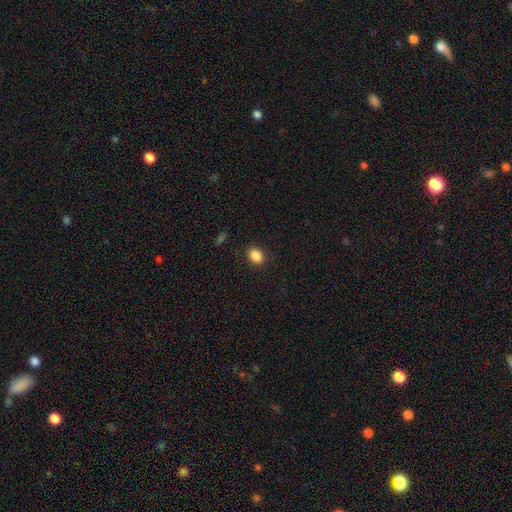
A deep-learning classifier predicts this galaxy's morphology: smooth 87%, star or artifact 9%, featured or disk 4%. Down the decision tree: how rounded — in between (61%); merging — none (88%).